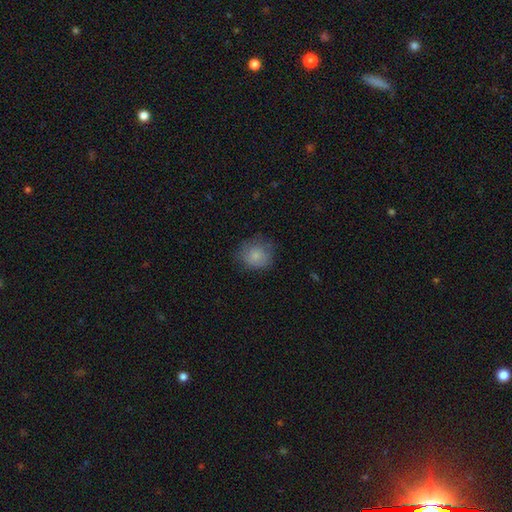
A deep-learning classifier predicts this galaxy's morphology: Smooth or featured: smooth — 82% (featured or disk — 10%)
How rounded: round — 80% (in between — 19%)
Merging: none — 70% (minor disturbance — 21%)